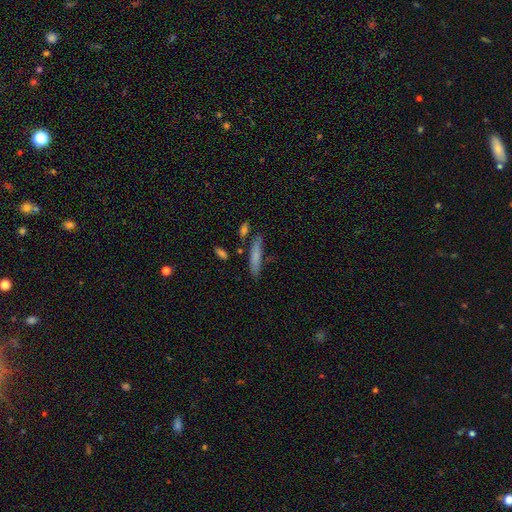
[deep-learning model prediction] A smooth galaxy with no disk features (73%) that is cigar-shaped (85%). Merging: none (74%).